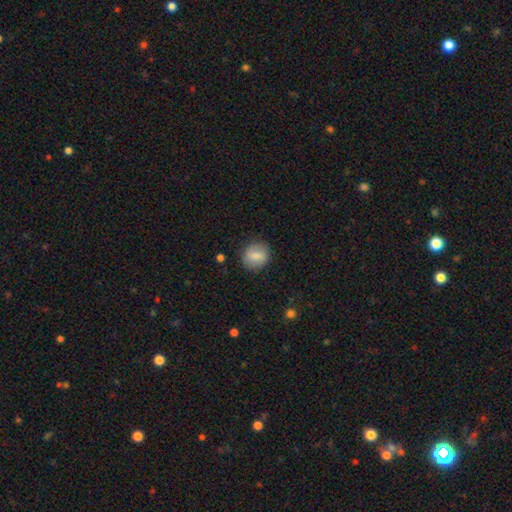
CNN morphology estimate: Smooth or featured? smooth (74%)
How rounded? round (72%)
Merging? none (83%)